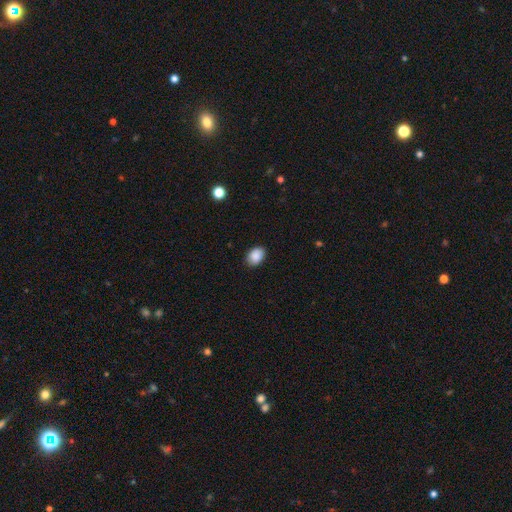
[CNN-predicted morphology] Smooth or featured: smooth — 89% (star or artifact — 8%)
How rounded: in between — 74% (round — 25%)
Merging: none — 86% (minor disturbance — 11%)